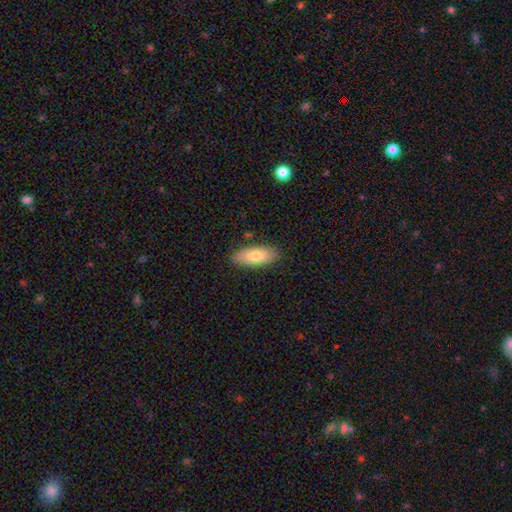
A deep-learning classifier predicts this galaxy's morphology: This appears to be a smooth galaxy with no disk features (75%) that is in between round and cigar-shaped (81%). Merging: none (85%).